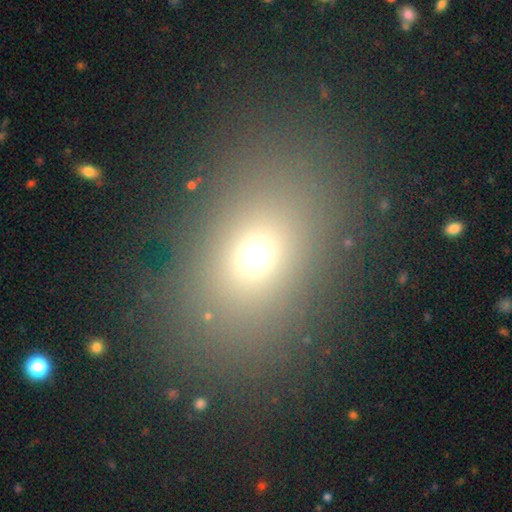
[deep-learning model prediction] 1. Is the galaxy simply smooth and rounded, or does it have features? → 67% smooth, 21% star or artifact, 12% featured or disk.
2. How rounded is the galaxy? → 65% in between, 33% round, 2% cigar-shaped.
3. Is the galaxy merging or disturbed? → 83% none, 9% minor disturbance, 6% major disturbance, 2% merger.